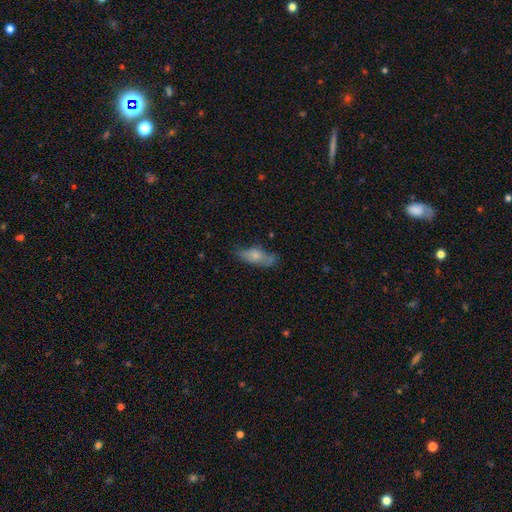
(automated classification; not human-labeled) The model was most divided on "merging": none: 49%, minor disturbance: 31%, major disturbance: 14%, merger: 7%. More confident: how rounded — in between (73%); smooth or featured — smooth (68%).